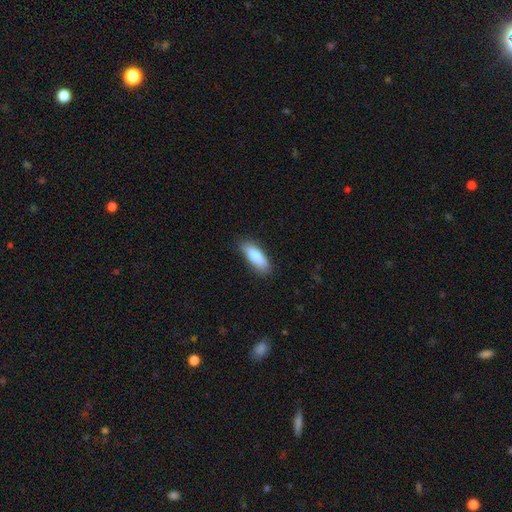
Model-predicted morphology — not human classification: smooth 81%, featured or disk 13%, star or artifact 6%. Down the decision tree: how rounded — in between (66%); merging — none (82%).